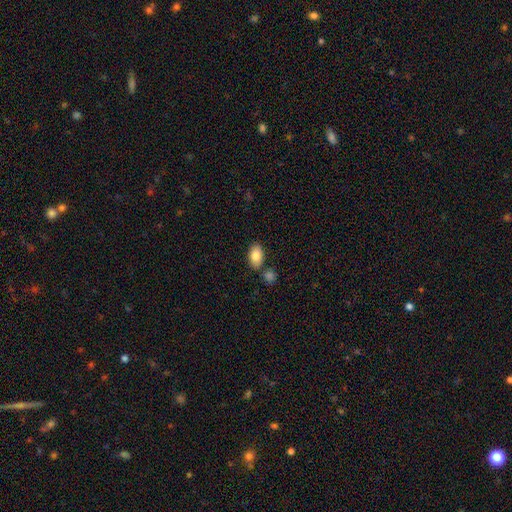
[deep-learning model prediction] smooth-or-featured: smooth: 83% | featured or disk: 10% | star or artifact: 7%
  how-rounded: in between: 92% | round: 7% | cigar-shaped: 2%
  merging: none: 75% | minor disturbance: 11% | merger: 11% | major disturbance: 3%